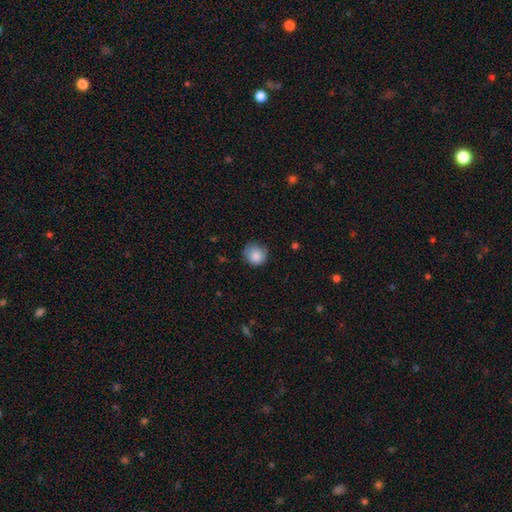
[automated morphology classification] smooth_or_featured: smooth (p=0.85) [alt: star or artifact p=0.08]
how_rounded: round (p=0.88) [alt: in between p=0.11]
merging: none (p=0.72) [alt: minor disturbance p=0.22]